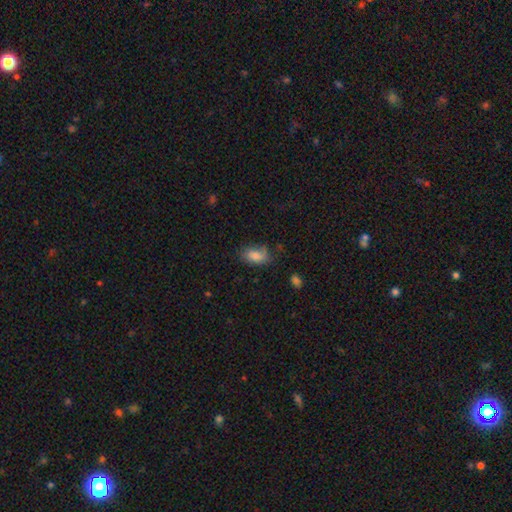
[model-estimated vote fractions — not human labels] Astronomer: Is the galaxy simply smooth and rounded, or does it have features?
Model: smooth — 84%.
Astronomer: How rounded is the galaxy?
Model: in between — 91%.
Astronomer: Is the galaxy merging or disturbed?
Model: none — 64%.